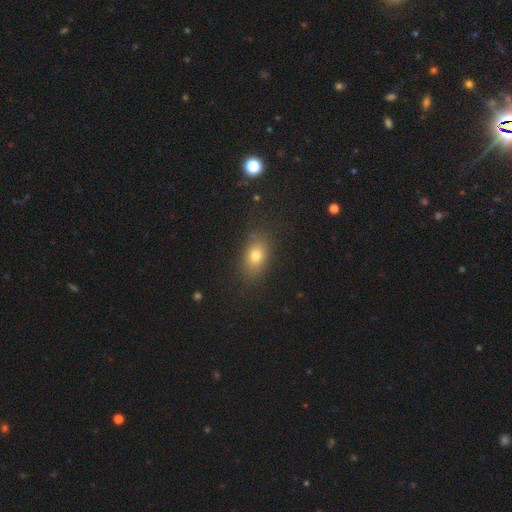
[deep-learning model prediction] Smooth or featured? smooth (74%)
How rounded? in between (76%)
Merging? none (82%)